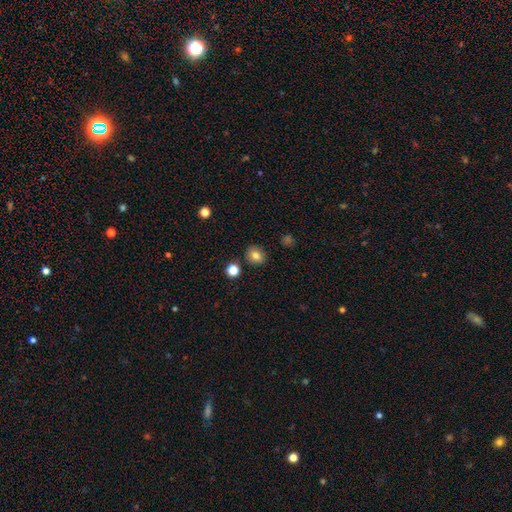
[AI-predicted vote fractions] Smooth or featured? Predicted: smooth (p=0.81). How rounded? Predicted: round (p=0.66). Merging? Predicted: none (p=0.87).